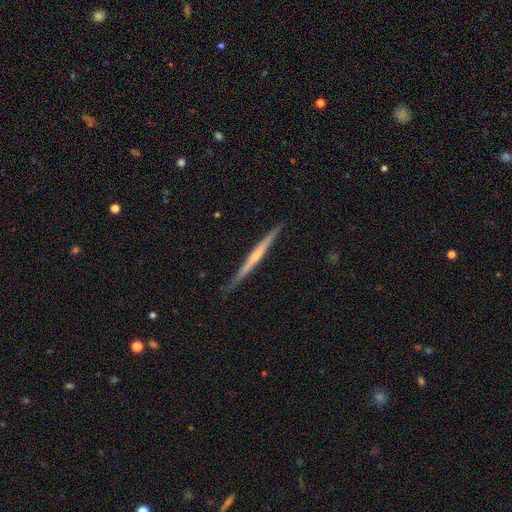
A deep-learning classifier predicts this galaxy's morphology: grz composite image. It shows a featured or disk galaxy (74%) viewed edge-on (98%) with a rounded central bulge (55%). Merging: none (89%).